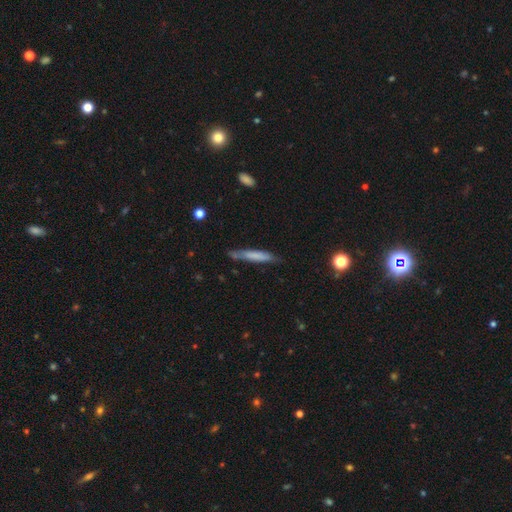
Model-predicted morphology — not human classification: Smooth or featured? Predicted: smooth (p=0.68). How rounded? Predicted: cigar-shaped (p=0.92). Merging? Predicted: none (p=0.71).